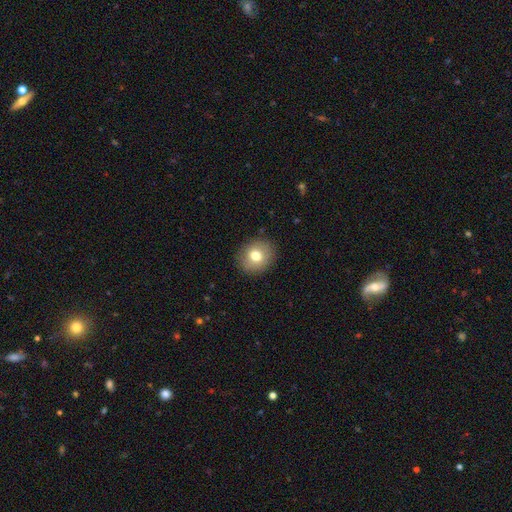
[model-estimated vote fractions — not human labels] Smooth or featured? Predicted: smooth (p=0.74). How rounded? Predicted: round (p=0.74). Merging? Predicted: none (p=0.89).